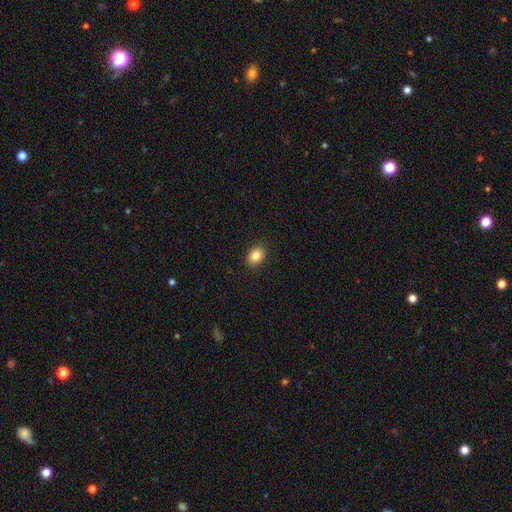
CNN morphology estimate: Overall: smooth (85%). How rounded: in between (66%; round 33%). Merging: none (90%).